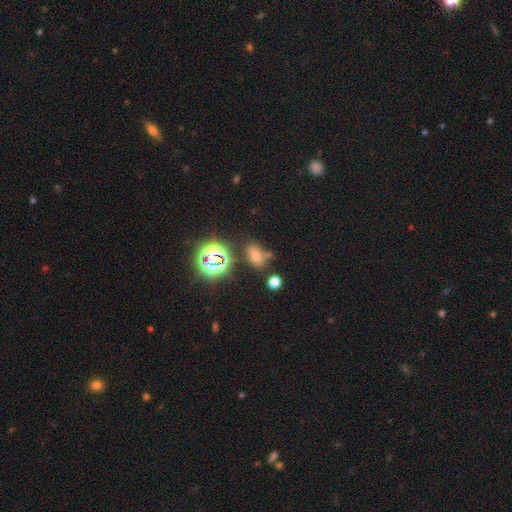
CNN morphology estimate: Smooth or featured? Predicted: smooth (p=0.46). Merging? Predicted: none (p=0.66).